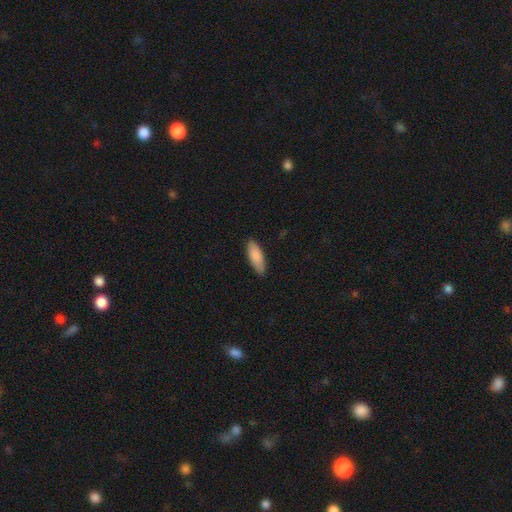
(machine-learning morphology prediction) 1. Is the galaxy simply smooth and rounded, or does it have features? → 87% smooth, 8% featured or disk, 5% star or artifact.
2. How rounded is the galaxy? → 67% in between, 32% cigar-shaped, 2% round.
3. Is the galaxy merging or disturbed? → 83% none, 14% minor disturbance, 2% major disturbance, 1% merger.